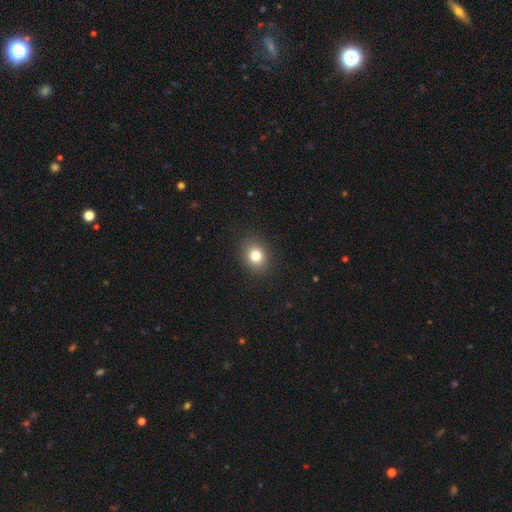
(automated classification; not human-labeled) smooth-or-featured: smooth: 80% | star or artifact: 12% | featured or disk: 8%
  how-rounded: round: 63% | in between: 36% | cigar-shaped: 1%
  merging: none: 89% | minor disturbance: 7% | major disturbance: 2% | merger: 1%